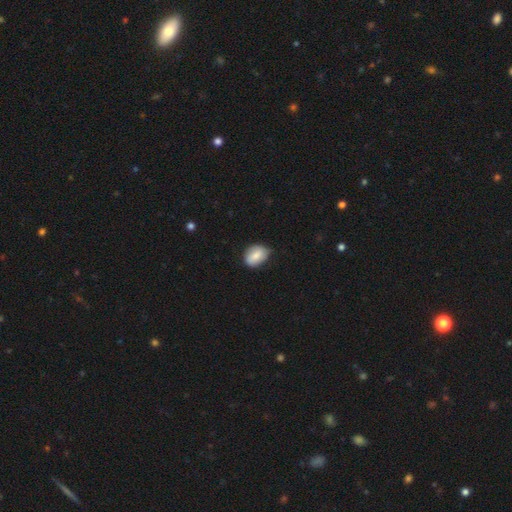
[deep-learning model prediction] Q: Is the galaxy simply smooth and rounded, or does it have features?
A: smooth — 76%.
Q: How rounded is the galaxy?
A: in between — 70%.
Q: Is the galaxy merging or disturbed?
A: none — 70%.